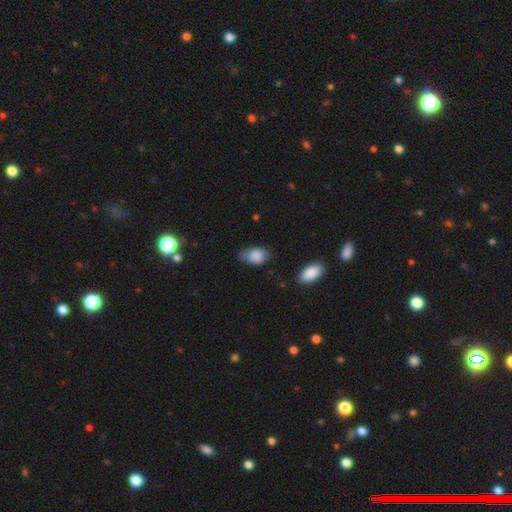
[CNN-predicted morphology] smooth 86%, featured or disk 7%, star or artifact 7%. Down the decision tree: how rounded — in between (90%); merging — none (62%).